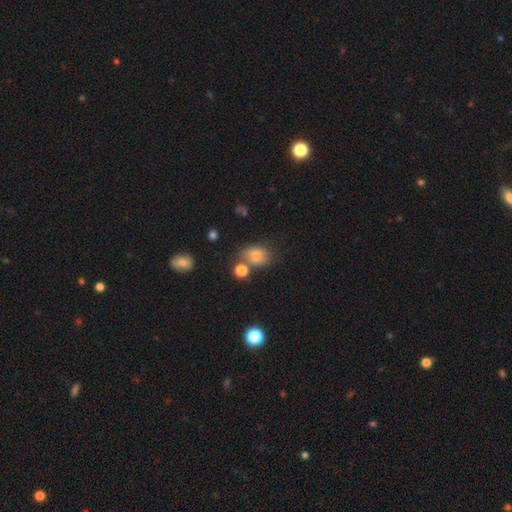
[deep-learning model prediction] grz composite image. It shows a smooth galaxy with no disk features (76%) that is in between round and cigar-shaped (66%). Merging: none (50%).